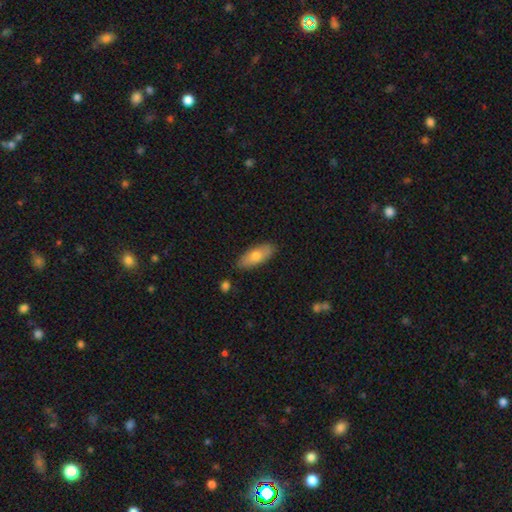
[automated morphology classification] A smooth galaxy with no disk features (72%) that is in between round and cigar-shaped (78%).

Vote fractions:
- Smooth or featured? smooth: 72% / featured or disk: 22% / star or artifact: 6%
- How rounded? in between: 78% / cigar-shaped: 20% / round: 3%
- Merging? none: 85% / minor disturbance: 11% / merger: 2% / major disturbance: 2%